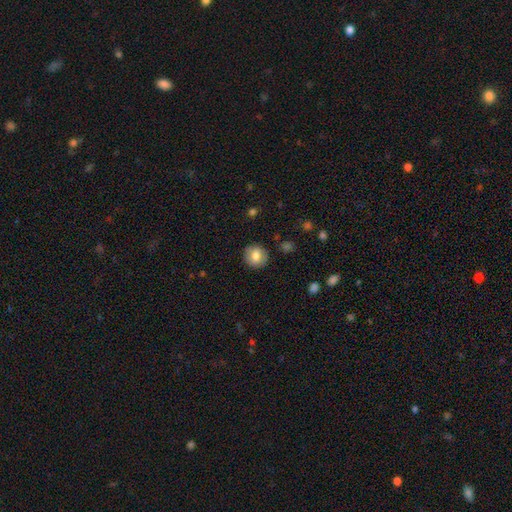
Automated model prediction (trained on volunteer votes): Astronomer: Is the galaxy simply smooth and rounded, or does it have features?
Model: smooth — 77%.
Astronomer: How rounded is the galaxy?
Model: round — 85%.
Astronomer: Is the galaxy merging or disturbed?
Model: none — 89%.